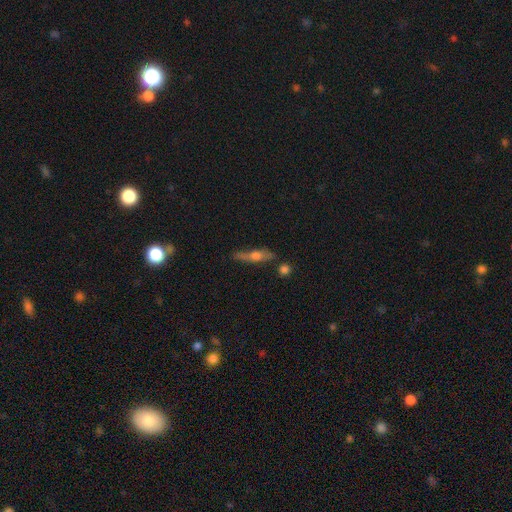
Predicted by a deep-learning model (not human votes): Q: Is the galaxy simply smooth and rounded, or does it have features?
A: featured or disk — 58%.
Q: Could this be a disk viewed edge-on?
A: yes — 91%.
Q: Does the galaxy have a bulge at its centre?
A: rounded — 88%.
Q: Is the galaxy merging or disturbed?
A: none — 78%.